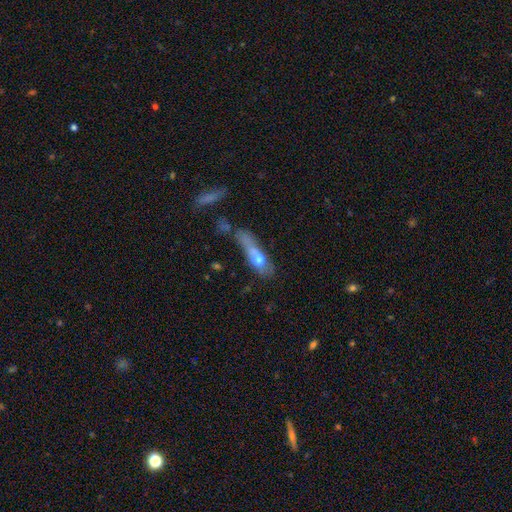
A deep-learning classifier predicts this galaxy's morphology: A smooth galaxy with no disk features (54%) that is cigar-shaped (55%). Merging: major disturbance (31%).